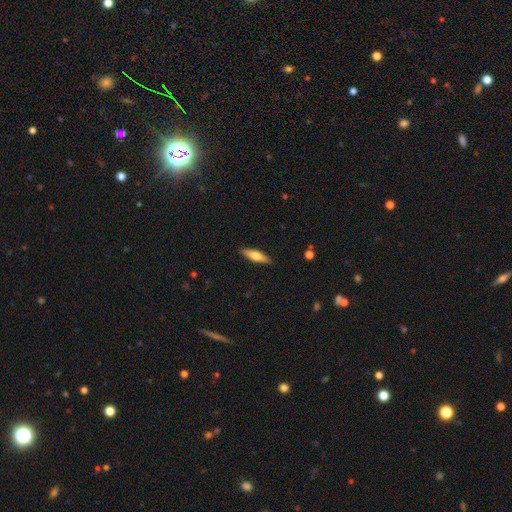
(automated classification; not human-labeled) Overall: smooth (55%; featured or disk 39%). How rounded: cigar-shaped (65%; in between 33%). Merging: none (89%).